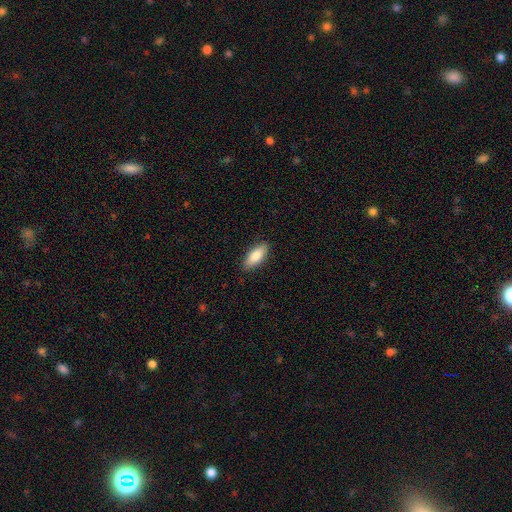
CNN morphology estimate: Smooth or featured?
  - smooth: 83% *
  - featured or disk: 11%
  - star or artifact: 6%
How rounded?
  - in between: 76% *
  - cigar-shaped: 22%
  - round: 2%
Merging?
  - none: 88% *
  - minor disturbance: 9%
  - major disturbance: 2%
  - merger: 1%